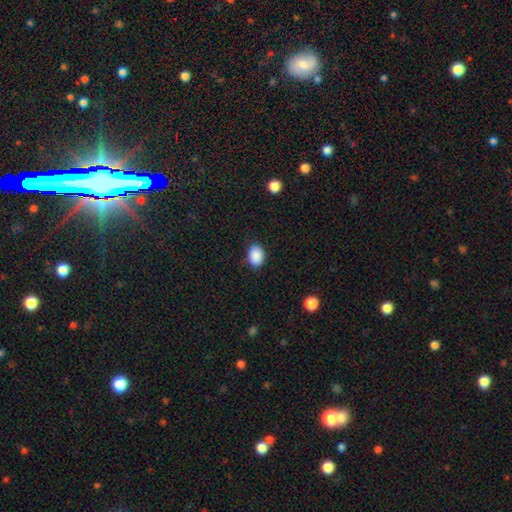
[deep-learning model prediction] smooth-or-featured: smooth: 90% | star or artifact: 7% | featured or disk: 3%
  how-rounded: in between: 79% | round: 20% | cigar-shaped: 1%
  merging: none: 85% | minor disturbance: 11% | major disturbance: 3% | merger: 1%